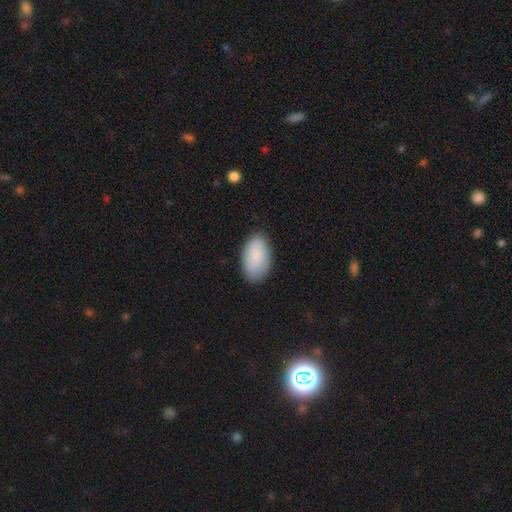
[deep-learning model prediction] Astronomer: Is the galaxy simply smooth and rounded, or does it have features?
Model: smooth — 88%.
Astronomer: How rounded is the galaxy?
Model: in between — 95%.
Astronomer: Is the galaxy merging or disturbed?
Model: none — 82%.